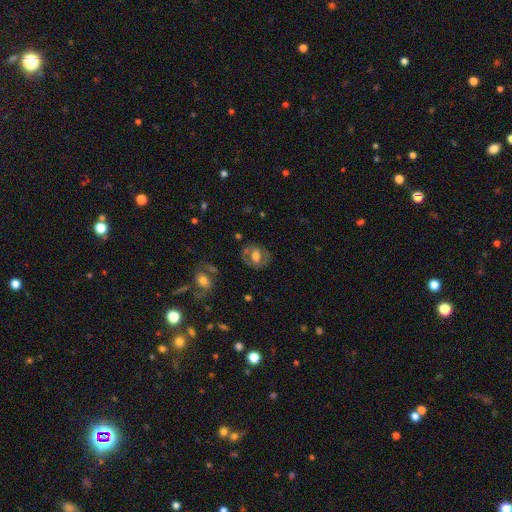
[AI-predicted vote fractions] Smooth or featured? smooth (50%)
Merging? none (70%)